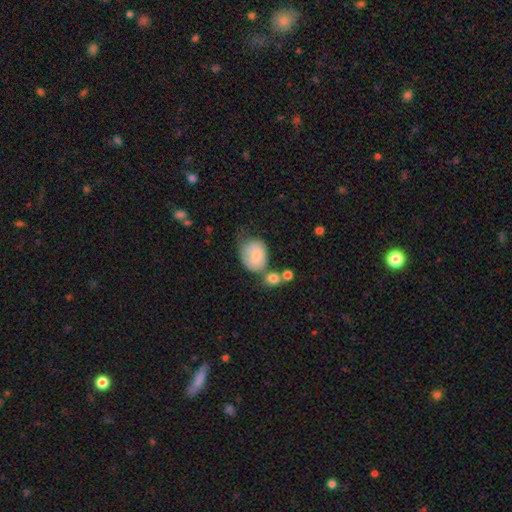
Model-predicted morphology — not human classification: A smooth galaxy with no disk features (72%) that is in between round and cigar-shaped (56%). Merging: none (30%).